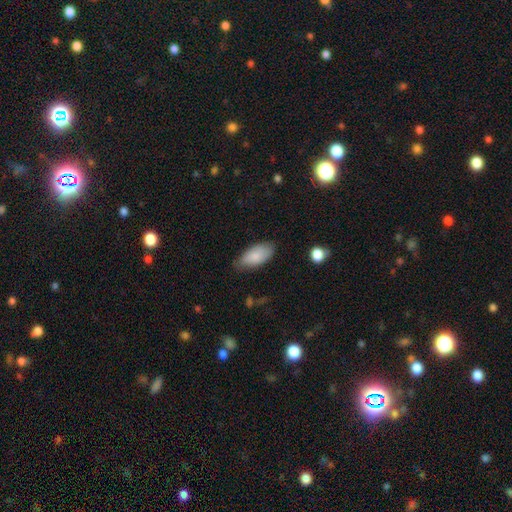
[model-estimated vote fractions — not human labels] Smooth or featured?
  - smooth: 84% *
  - featured or disk: 10%
  - star or artifact: 6%
How rounded?
  - in between: 92% *
  - cigar-shaped: 6%
  - round: 2%
Merging?
  - none: 71% *
  - minor disturbance: 23%
  - major disturbance: 4%
  - merger: 2%